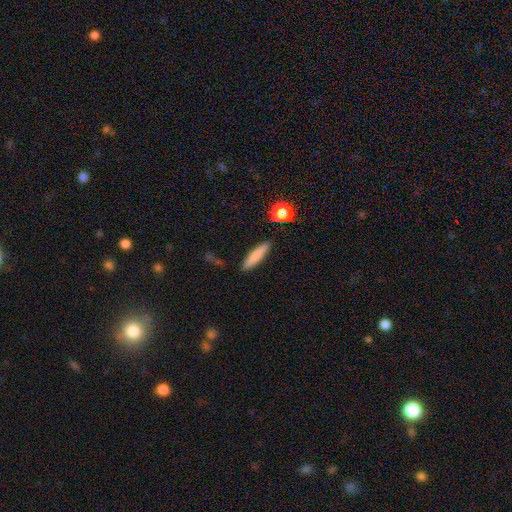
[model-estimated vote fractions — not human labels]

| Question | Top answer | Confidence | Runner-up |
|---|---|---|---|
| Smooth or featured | smooth | 77% | featured or disk (15%) |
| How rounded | cigar-shaped | 84% | in between (14%) |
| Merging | none | 88% | minor disturbance (8%) |